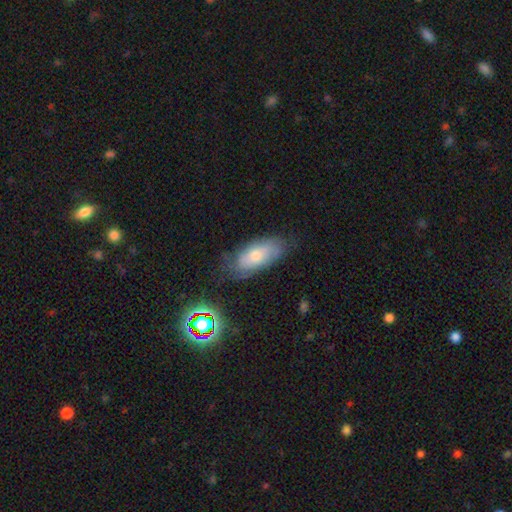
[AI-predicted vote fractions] smooth 56%, featured or disk 34%, star or artifact 10%. Down the decision tree: how rounded — in between (86%); merging — none (67%).